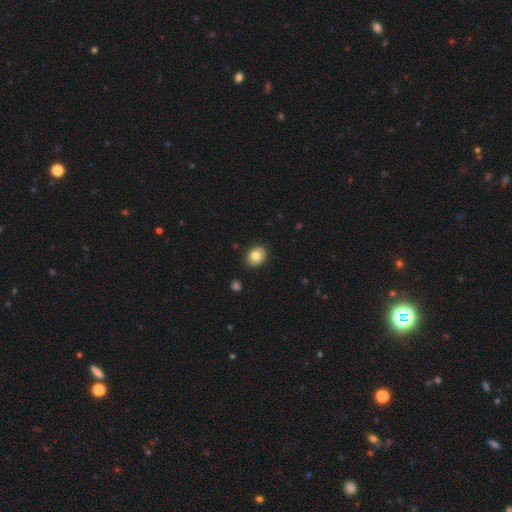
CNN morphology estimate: This is clearly a smooth galaxy (80%). How rounded: possibly in between (52%). Merging: clearly none (87%).